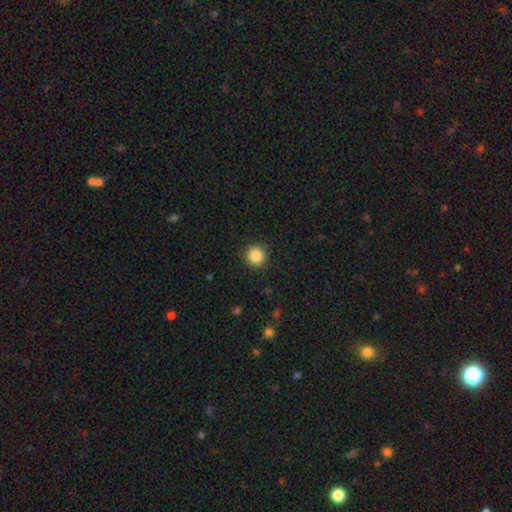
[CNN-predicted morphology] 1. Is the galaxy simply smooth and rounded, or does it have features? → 87% smooth, 10% star or artifact, 3% featured or disk.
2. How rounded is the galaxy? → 95% round, 4% in between, 1% cigar-shaped.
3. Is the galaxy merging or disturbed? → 91% none, 6% minor disturbance, 2% major disturbance, 1% merger.